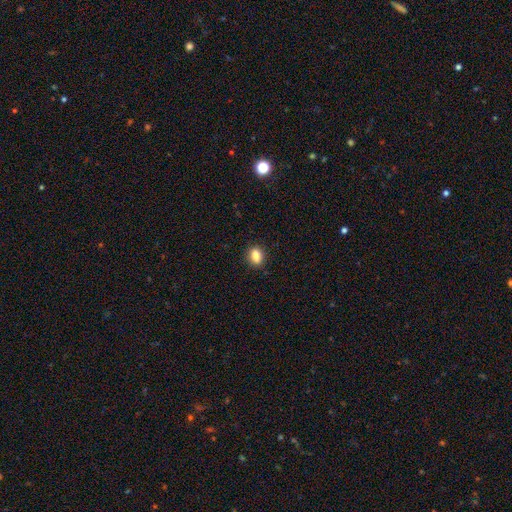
Overall: smooth (81%). How rounded: in between (57%; round 33%). Merging: none (89%).